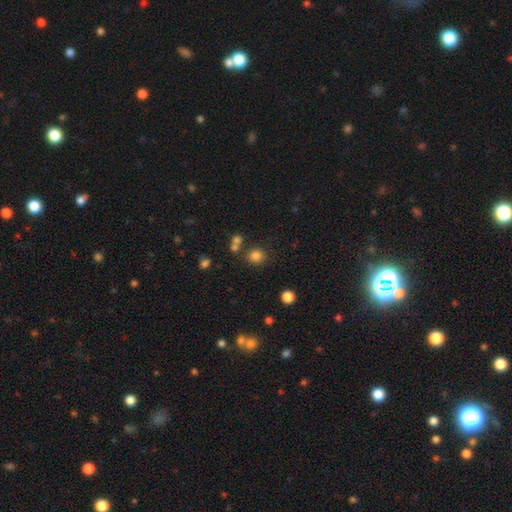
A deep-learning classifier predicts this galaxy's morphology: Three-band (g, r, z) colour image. It shows a smooth galaxy with no disk features (80%) that is round (86%). Merging: none (76%).